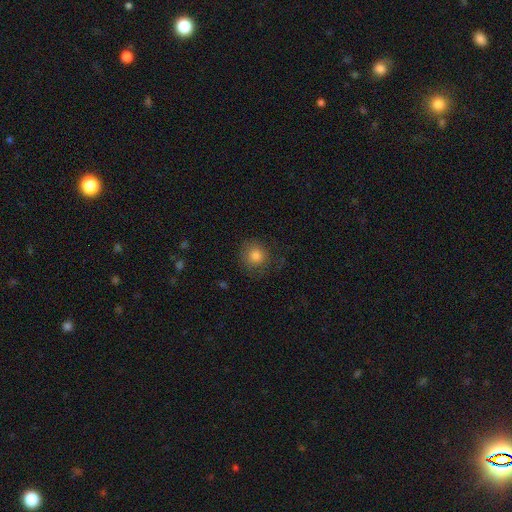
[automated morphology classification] A smooth galaxy with no disk features (81%) that is round (90%).

Vote fractions:
- Smooth or featured? smooth: 81% / star or artifact: 11% / featured or disk: 8%
- How rounded? round: 90% / in between: 9% / cigar-shaped: 1%
- Merging? none: 79% / minor disturbance: 14% / major disturbance: 6% / merger: 1%